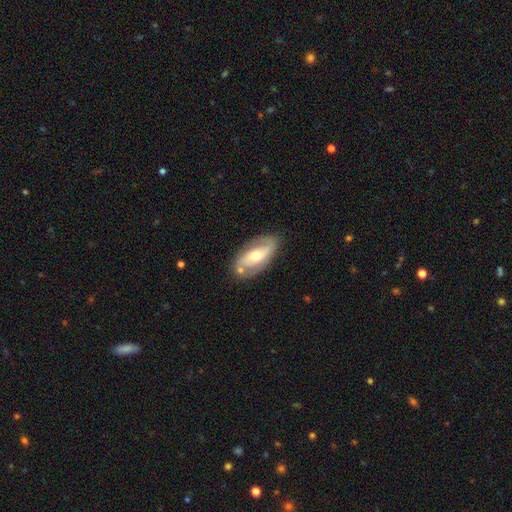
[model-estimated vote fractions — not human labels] A featured or disk galaxy (67%) with no bar (50%), spiral arms (74%) and a moderate central bulge (64%). Merging: none (74%).